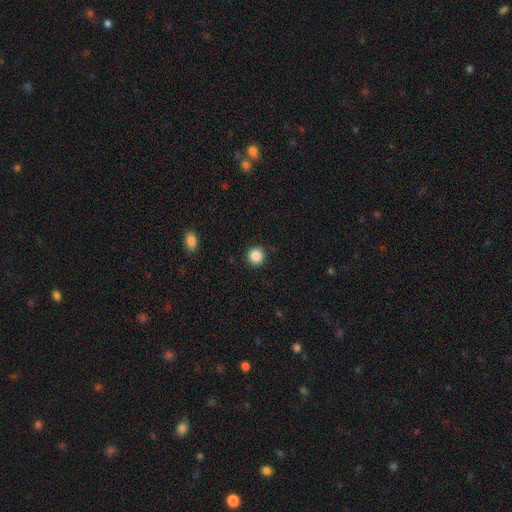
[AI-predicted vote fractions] The model was most divided on "smooth or featured": smooth: 86%, star or artifact: 10%, featured or disk: 4%. More confident: how rounded — round (93%); merging — none (90%).